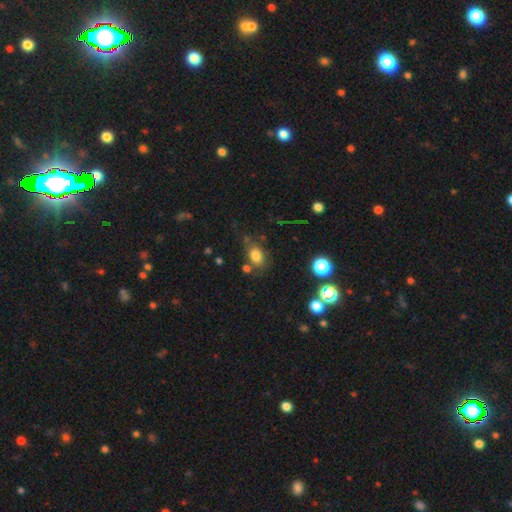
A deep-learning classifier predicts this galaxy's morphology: Overall: smooth (78%). How rounded: in between (75%). Merging: none (63%).